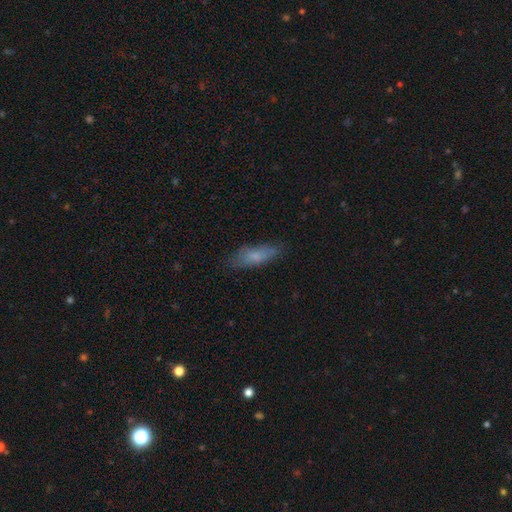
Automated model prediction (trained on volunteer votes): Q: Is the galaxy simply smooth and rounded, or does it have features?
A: smooth — 70%.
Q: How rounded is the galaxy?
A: in between — 55%.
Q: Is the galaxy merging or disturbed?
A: none — 72%.